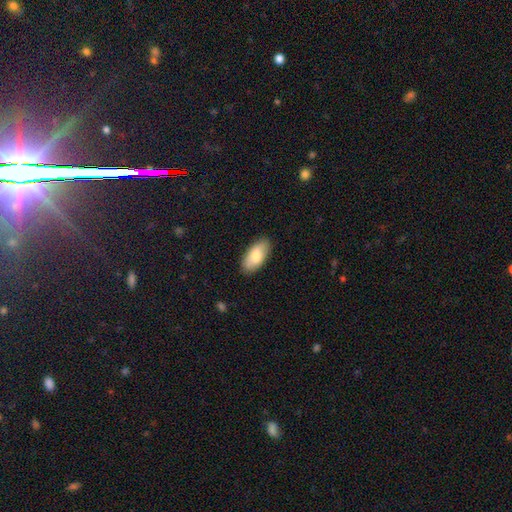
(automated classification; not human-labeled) Smooth or featured?
  - smooth: 79% *
  - featured or disk: 16%
  - star or artifact: 6%
How rounded?
  - in between: 92% *
  - cigar-shaped: 6%
  - round: 2%
Merging?
  - none: 87% *
  - minor disturbance: 10%
  - major disturbance: 2%
  - merger: 1%